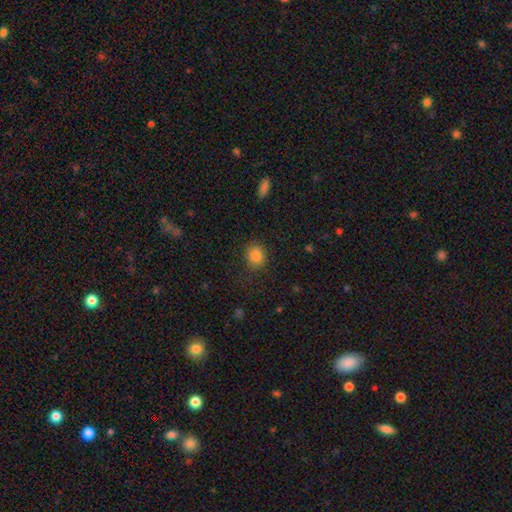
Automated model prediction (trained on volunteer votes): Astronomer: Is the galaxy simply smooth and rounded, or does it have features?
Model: smooth — 85%.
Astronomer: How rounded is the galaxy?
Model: round — 69%.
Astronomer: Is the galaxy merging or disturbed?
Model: none — 81%.